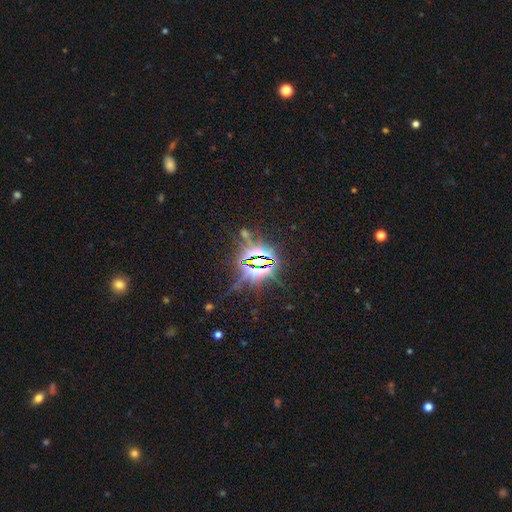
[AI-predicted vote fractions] This is clearly a star or artifact rather than a galaxy (84%).